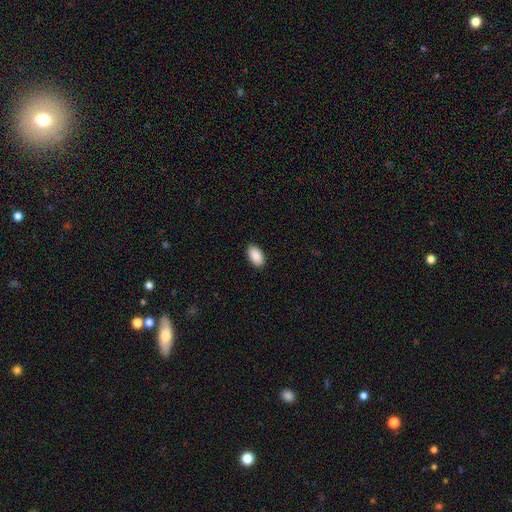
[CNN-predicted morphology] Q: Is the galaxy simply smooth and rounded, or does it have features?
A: smooth — 90%.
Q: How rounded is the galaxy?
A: in between — 95%.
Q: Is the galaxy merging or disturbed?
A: none — 90%.